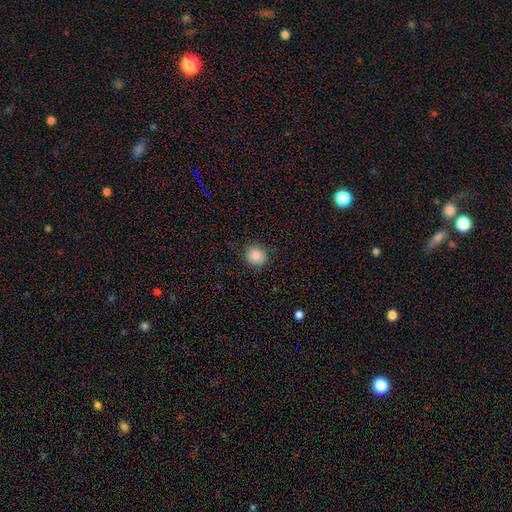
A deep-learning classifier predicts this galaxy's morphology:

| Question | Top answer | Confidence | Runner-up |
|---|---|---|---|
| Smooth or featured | smooth | 86% | star or artifact (10%) |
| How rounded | round | 88% | in between (11%) |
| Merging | none | 87% | minor disturbance (9%) |